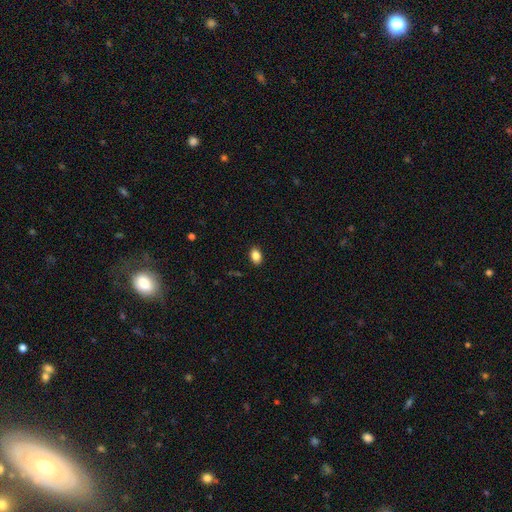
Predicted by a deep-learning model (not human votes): Smooth or featured? Predicted: smooth (p=0.86). How rounded? Predicted: in between (p=0.83). Merging? Predicted: none (p=0.89).